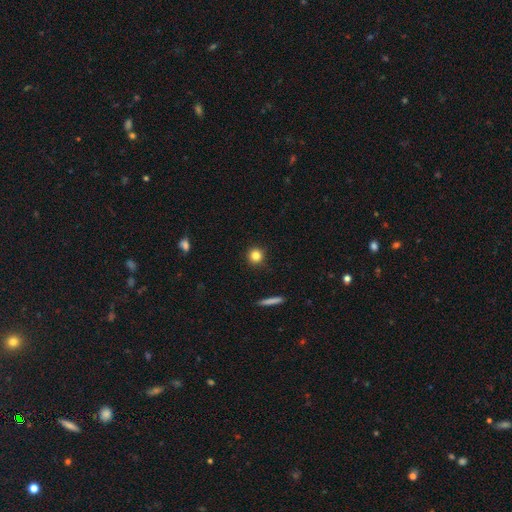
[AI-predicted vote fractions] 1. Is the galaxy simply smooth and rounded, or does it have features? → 83% smooth, 11% star or artifact, 6% featured or disk.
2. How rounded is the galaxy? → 94% round, 5% in between, 1% cigar-shaped.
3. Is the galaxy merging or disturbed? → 92% none, 5% minor disturbance, 2% major disturbance, 1% merger.